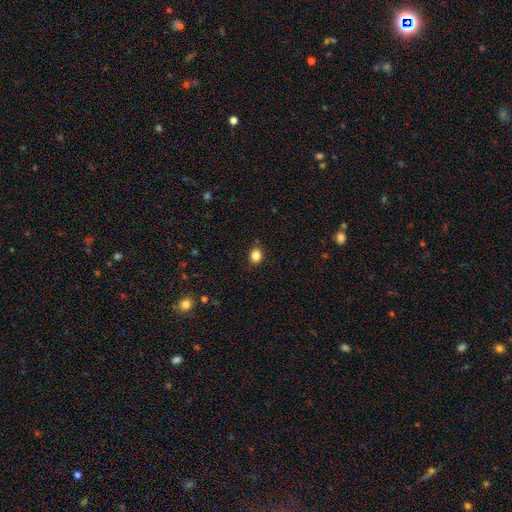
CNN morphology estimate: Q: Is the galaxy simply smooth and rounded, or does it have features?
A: smooth — 83%.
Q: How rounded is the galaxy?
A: round — 74%.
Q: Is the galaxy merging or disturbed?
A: none — 86%.